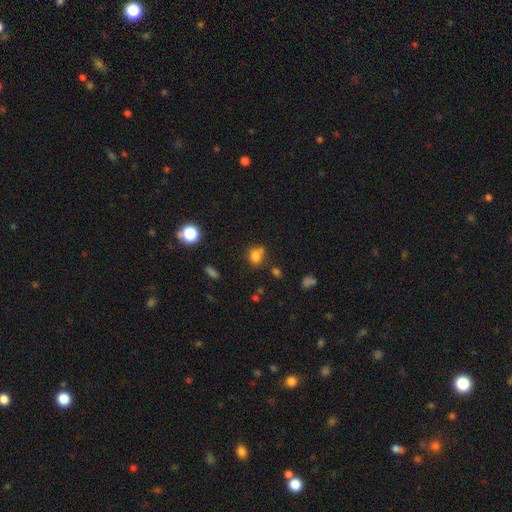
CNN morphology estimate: Smooth or featured? Predicted: smooth (p=0.77). How rounded? Predicted: round (p=0.65). Merging? Predicted: none (p=0.50).